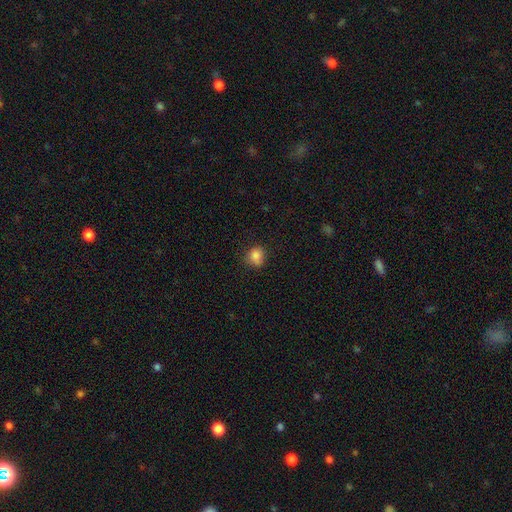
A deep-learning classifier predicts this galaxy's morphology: smooth_or_featured: smooth (p=0.83) [alt: star or artifact p=0.11]
how_rounded: round (p=0.72) [alt: in between p=0.27]
merging: none (p=0.69) [alt: minor disturbance p=0.23]